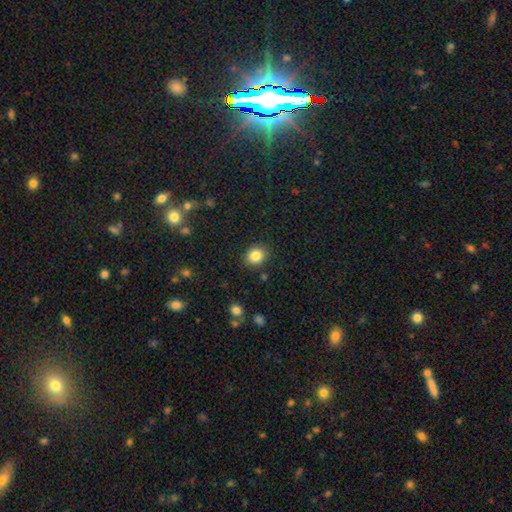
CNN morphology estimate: smooth_or_featured: smooth (p=0.85) [alt: star or artifact p=0.10]
how_rounded: round (p=0.61) [alt: in between p=0.38]
merging: none (p=0.88) [alt: minor disturbance p=0.08]